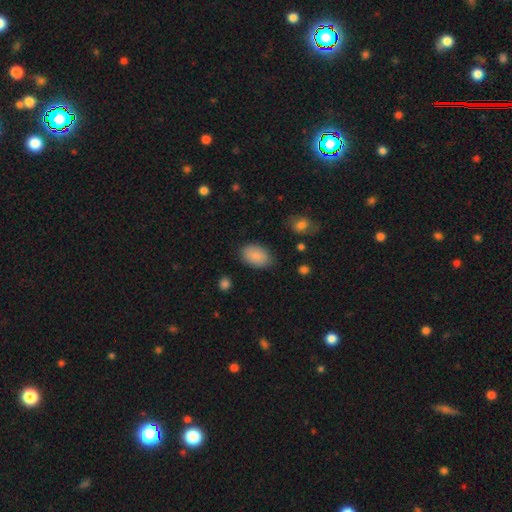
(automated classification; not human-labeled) Smooth or featured?
  - smooth: 89% *
  - star or artifact: 7%
  - featured or disk: 5%
How rounded?
  - in between: 89% *
  - round: 10%
  - cigar-shaped: 1%
Merging?
  - none: 81% *
  - minor disturbance: 14%
  - major disturbance: 3%
  - merger: 2%